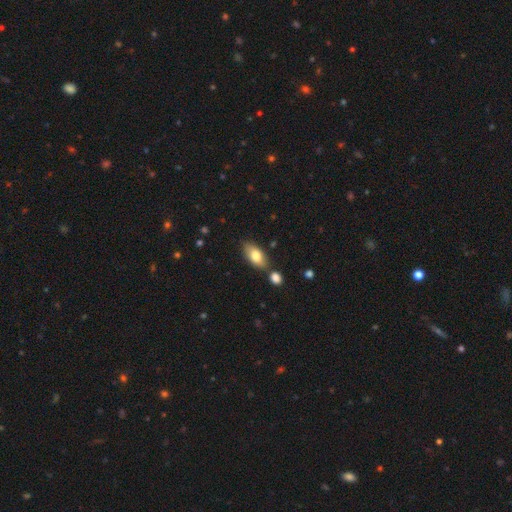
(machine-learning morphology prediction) smooth_or_featured: smooth (p=0.79) [alt: featured or disk p=0.15]
how_rounded: in between (p=0.90) [alt: cigar-shaped p=0.07]
merging: none (p=0.73) [alt: minor disturbance p=0.14]